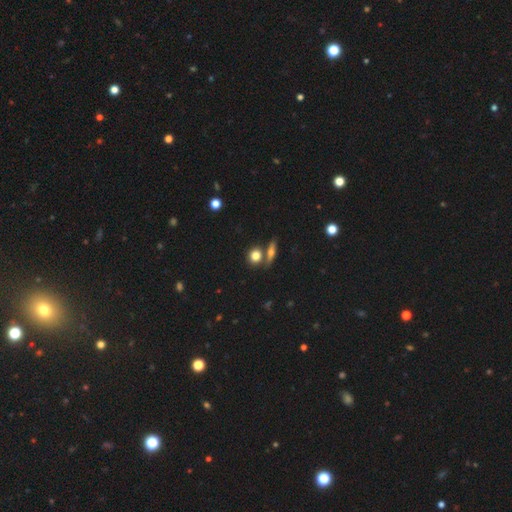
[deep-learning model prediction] A smooth galaxy with no disk features (76%) that is round (72%).

Vote fractions:
- Smooth or featured? smooth: 76% / featured or disk: 13% / star or artifact: 11%
- How rounded? round: 72% / in between: 22% / cigar-shaped: 6%
- Merging? none: 65% / merger: 23% / minor disturbance: 9% / major disturbance: 3%